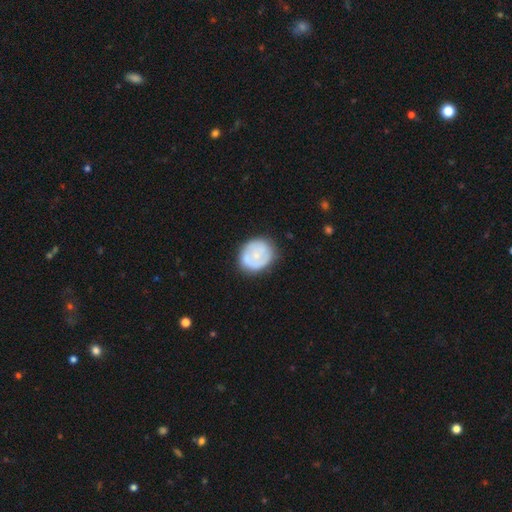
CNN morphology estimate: smooth 55%, featured or disk 39%, star or artifact 6%. Down the decision tree: how rounded — round (74%); merging — none (71%).